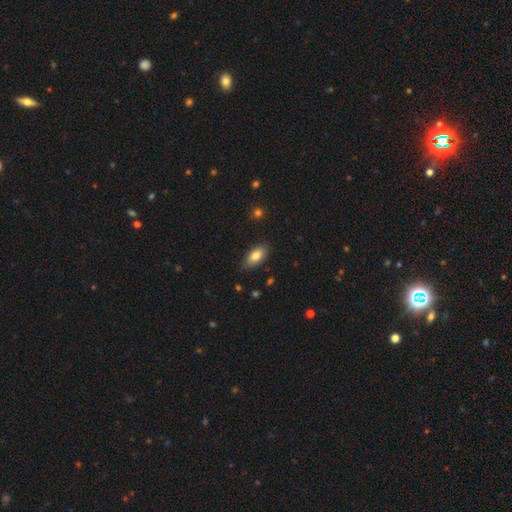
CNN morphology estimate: smooth-or-featured: smooth: 82% | featured or disk: 11% | star or artifact: 7%
  how-rounded: in between: 89% | cigar-shaped: 8% | round: 3%
  merging: none: 83% | minor disturbance: 14% | major disturbance: 2% | merger: 1%